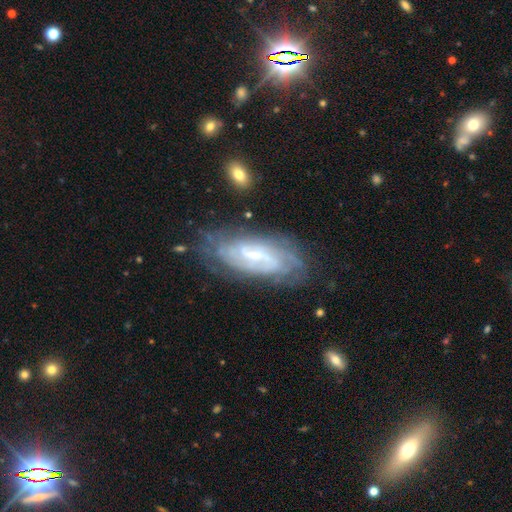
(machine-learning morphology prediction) This appears to be a featured or disk galaxy (80%) with a weak bar (50%), tight (59%) spiral arms (92%) and a small central bulge (58%). Merging: none (70%).